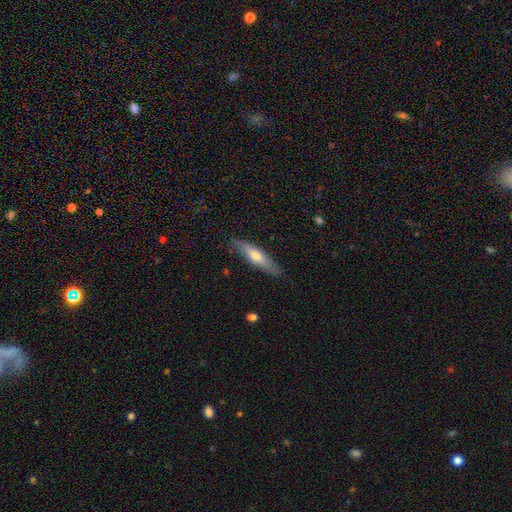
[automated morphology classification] A smooth galaxy with no disk features (51%) that is cigar-shaped (74%).

Vote fractions:
- Smooth or featured? smooth: 51% / featured or disk: 43% / star or artifact: 6%
- How rounded? cigar-shaped: 74% / in between: 24% / round: 2%
- Merging? none: 80% / minor disturbance: 16% / major disturbance: 3% / merger: 1%